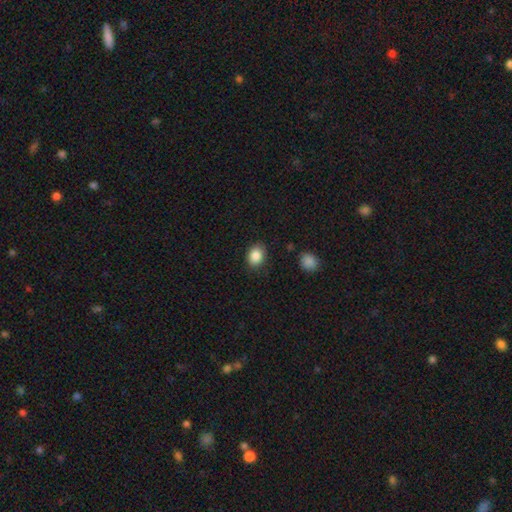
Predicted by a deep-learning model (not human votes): Q: Smooth or featured?
A: smooth (87%); runner-up: star or artifact (8%)
Q: How rounded?
A: in between (63%); runner-up: round (36%)
Q: Merging?
A: none (85%); runner-up: minor disturbance (10%)